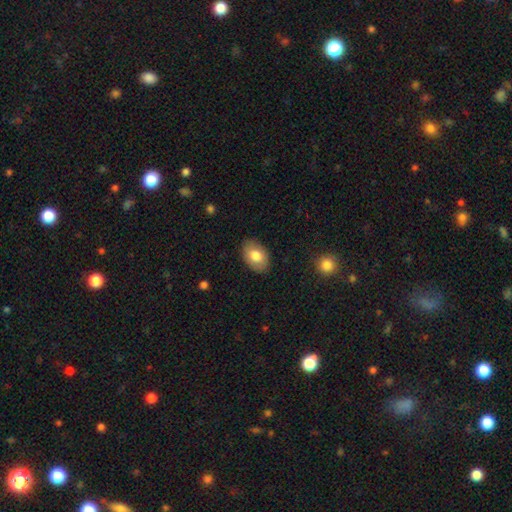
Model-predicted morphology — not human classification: Smooth or featured?
  - smooth: 78% *
  - featured or disk: 15%
  - star or artifact: 7%
How rounded?
  - in between: 83% *
  - round: 16%
  - cigar-shaped: 1%
Merging?
  - none: 86% *
  - minor disturbance: 11%
  - major disturbance: 2%
  - merger: 1%